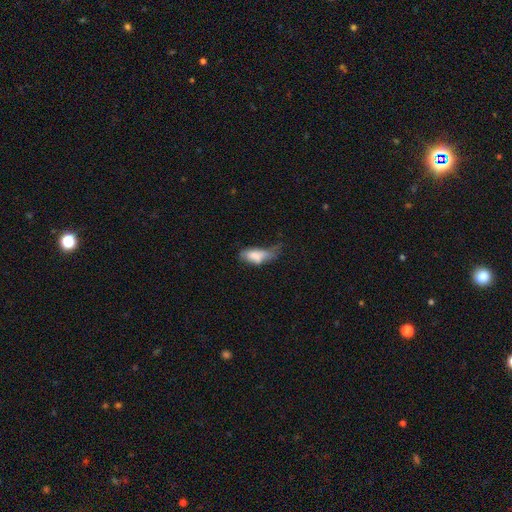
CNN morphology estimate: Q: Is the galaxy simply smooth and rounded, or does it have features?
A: smooth — 72%.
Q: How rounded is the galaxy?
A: in between — 82%.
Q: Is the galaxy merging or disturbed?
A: major disturbance — 43%.